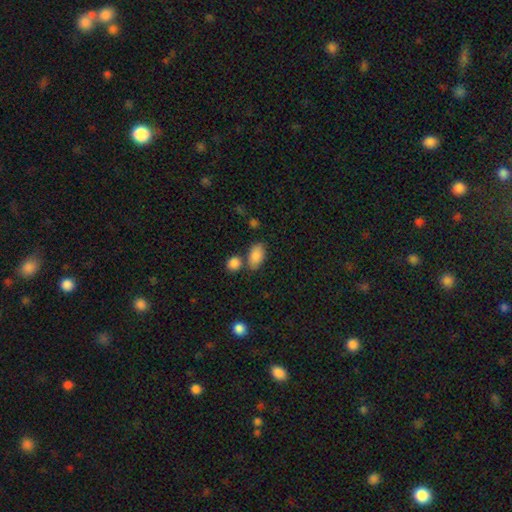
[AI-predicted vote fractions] Smooth or featured: smooth — 88% (star or artifact — 7%)
How rounded: in between — 91% (round — 6%)
Merging: none — 63% (merger — 19%)